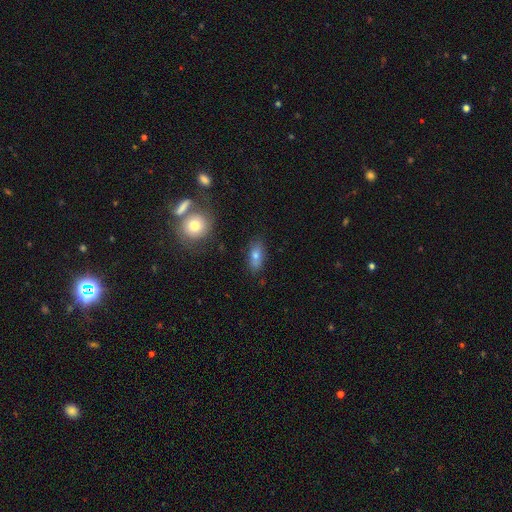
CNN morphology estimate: Smooth or featured: smooth — 70% (featured or disk — 20%)
How rounded: in between — 78% (cigar-shaped — 15%)
Merging: none — 76% (minor disturbance — 15%)